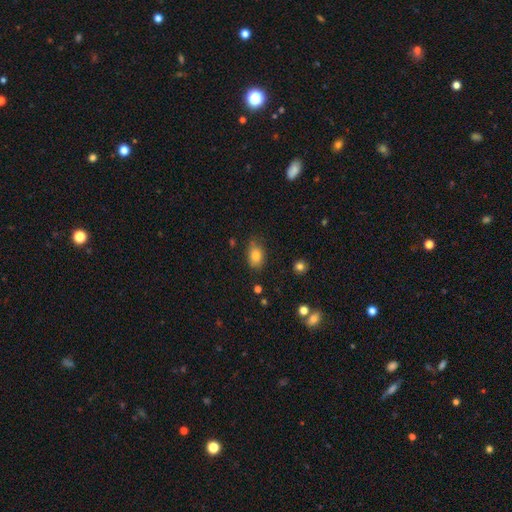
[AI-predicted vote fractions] A smooth galaxy with no disk features (81%) that is in between round and cigar-shaped (82%). Merging: none (72%).